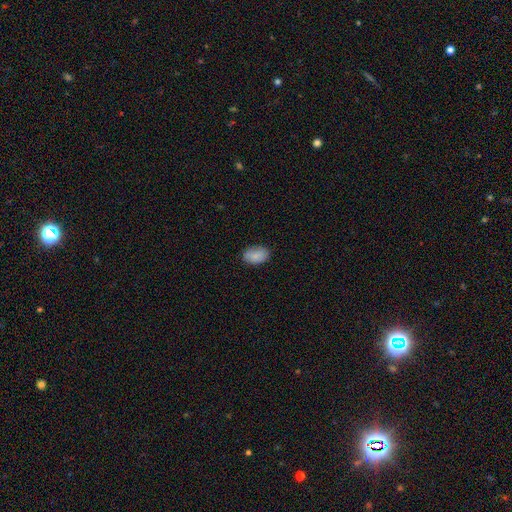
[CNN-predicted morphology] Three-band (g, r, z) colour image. It shows a smooth galaxy with no disk features (84%) that is in between round and cigar-shaped (89%). Merging: none (82%).